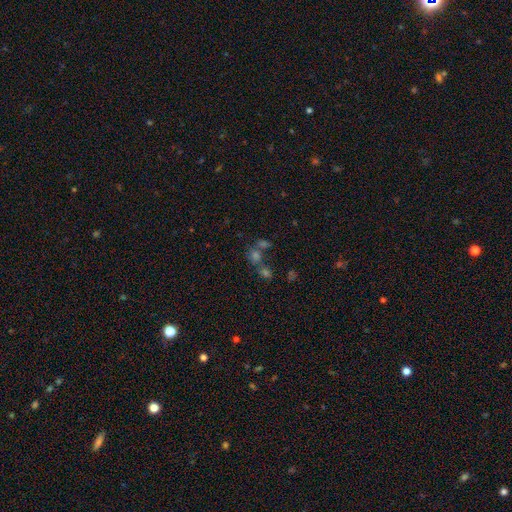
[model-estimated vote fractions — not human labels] This appears to be a smooth galaxy with no disk features (45%). Merging: none (46%).